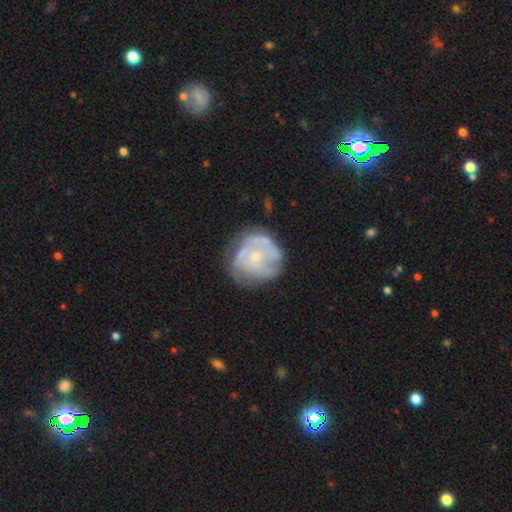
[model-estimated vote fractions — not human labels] The model was most divided on "merging": none: 63%, minor disturbance: 22%, major disturbance: 12%, merger: 3%. More confident: edge-on disk — no (98%); bar — no (78%); spiral arms — yes (72%); smooth or featured — featured or disk (70%); bulge size — small (69%).